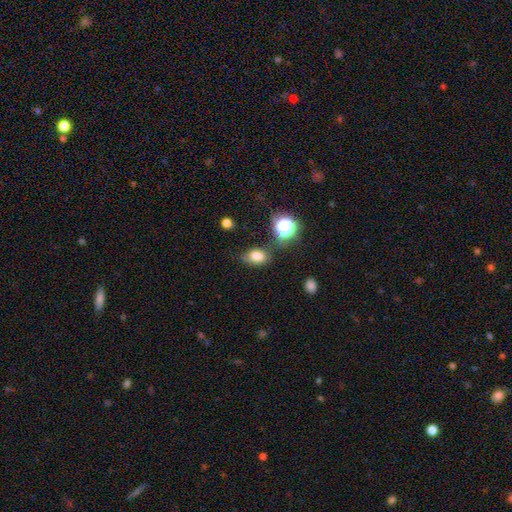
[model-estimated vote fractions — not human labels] This appears to be a smooth galaxy with no disk features (76%) that is in between round and cigar-shaped (78%). Merging: none (66%).